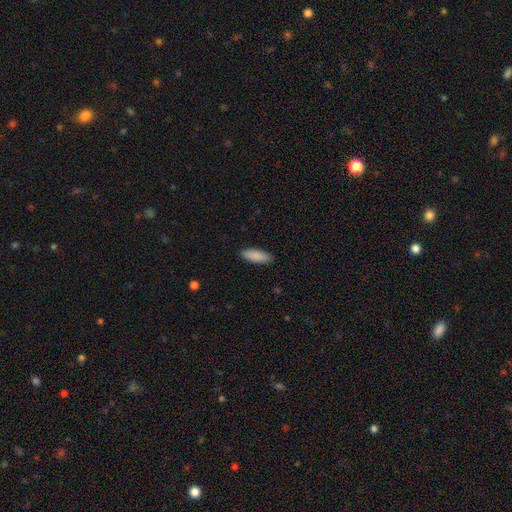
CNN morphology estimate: Q: Smooth or featured?
A: smooth (89%); runner-up: star or artifact (6%)
Q: How rounded?
A: in between (64%); runner-up: cigar-shaped (35%)
Q: Merging?
A: none (90%); runner-up: minor disturbance (8%)